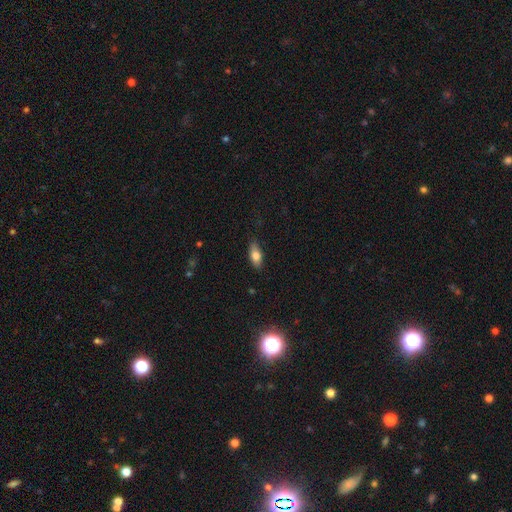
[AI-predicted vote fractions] Smooth or featured? Predicted: smooth (p=0.76). How rounded? Predicted: in between (p=0.81). Merging? Predicted: none (p=0.83).